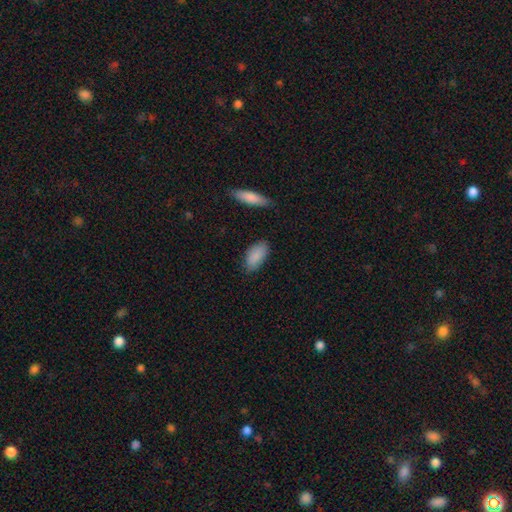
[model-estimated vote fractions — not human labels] A smooth galaxy with no disk features (87%) that is in between round and cigar-shaped (90%). Merging: none (78%).